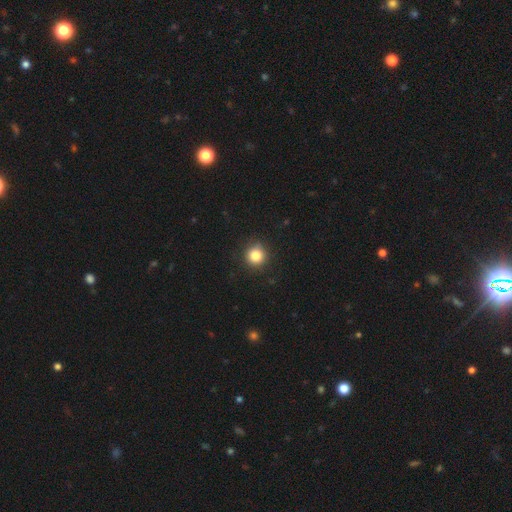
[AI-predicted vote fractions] A smooth galaxy with no disk features (83%) that is round (93%). Merging: none (90%).